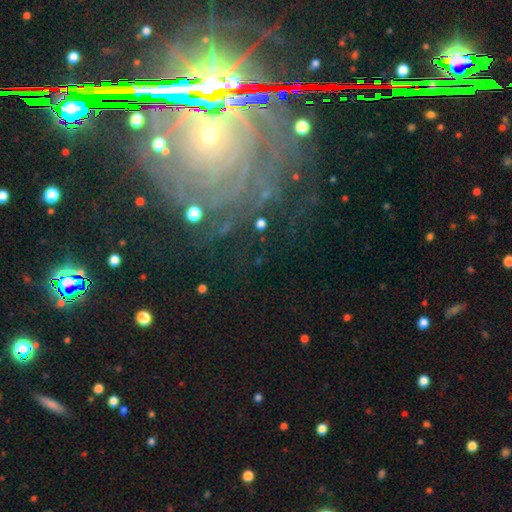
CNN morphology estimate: Smooth or featured?
  - star or artifact: 45% *
  - featured or disk: 43%
  - smooth: 11%